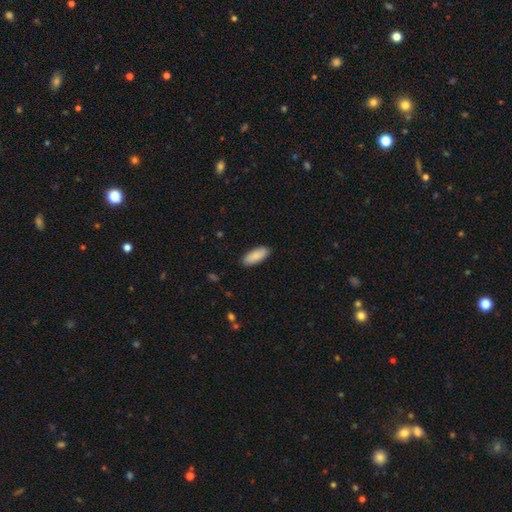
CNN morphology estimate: The model was most divided on "how rounded": in between: 78%, cigar-shaped: 21%, round: 2%. More confident: merging — none (89%); smooth or featured — smooth (89%).